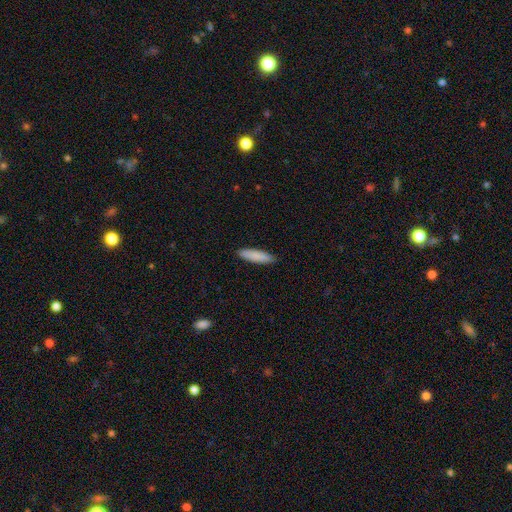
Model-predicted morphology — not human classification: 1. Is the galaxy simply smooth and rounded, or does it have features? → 86% smooth, 8% featured or disk, 6% star or artifact.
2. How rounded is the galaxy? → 74% cigar-shaped, 25% in between, 1% round.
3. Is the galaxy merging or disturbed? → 89% none, 8% minor disturbance, 2% major disturbance, 1% merger.